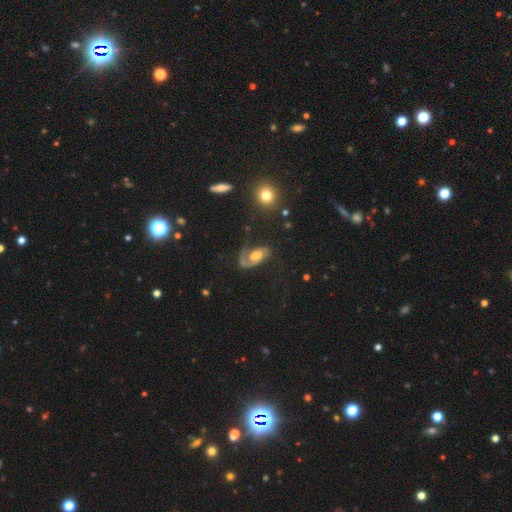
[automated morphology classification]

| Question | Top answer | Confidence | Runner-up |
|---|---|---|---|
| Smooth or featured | featured or disk | 73% | smooth (20%) |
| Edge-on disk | no | 96% | yes (4%) |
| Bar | no | 62% | weak (29%) |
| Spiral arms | yes | 90% | no (10%) |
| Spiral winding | medium | 41% | loose (32%) |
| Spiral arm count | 1 | 47% | 2 (44%) |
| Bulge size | moderate | 61% | large (22%) |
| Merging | none | 45% | major disturbance (31%) |